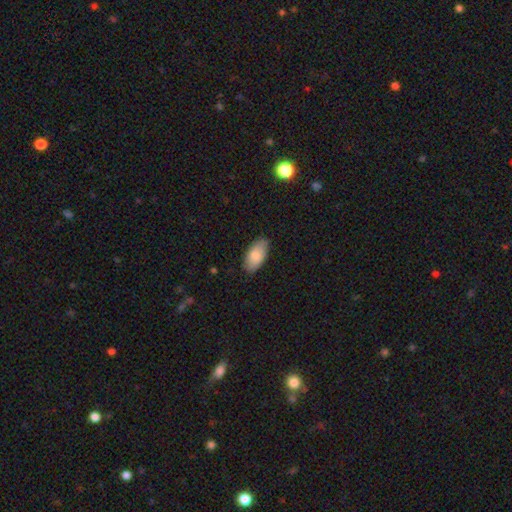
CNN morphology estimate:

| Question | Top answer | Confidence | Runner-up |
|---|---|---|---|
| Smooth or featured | smooth | 80% | featured or disk (14%) |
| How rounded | in between | 94% | cigar-shaped (3%) |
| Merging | none | 83% | minor disturbance (14%) |